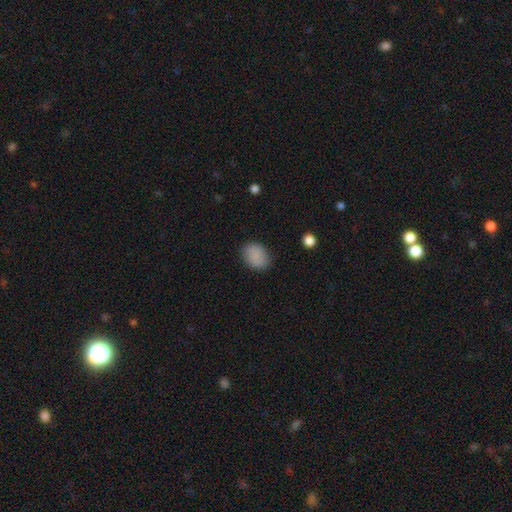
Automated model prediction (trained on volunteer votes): Overall: smooth (86%). How rounded: in between (59%; round 40%). Merging: none (82%).